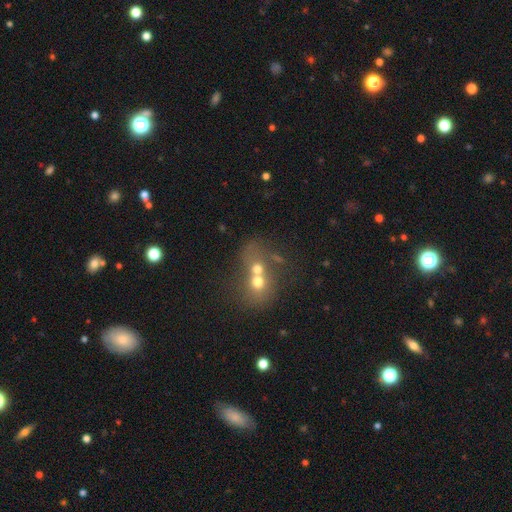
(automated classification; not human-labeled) A smooth galaxy with no disk features (48%). Merging: merger (65%).